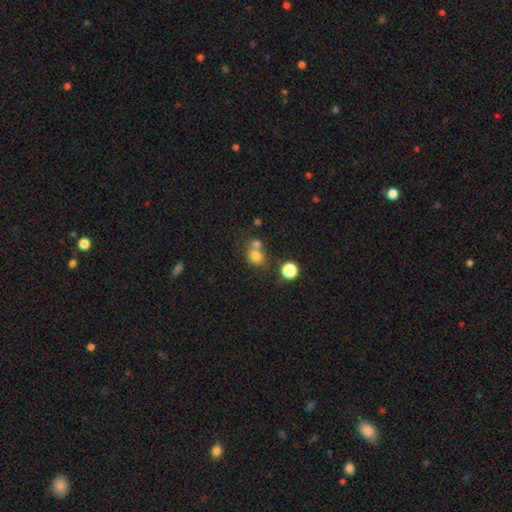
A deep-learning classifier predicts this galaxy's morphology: This is likely a smooth galaxy (76%). How rounded: likely round (74%). Merging: possibly none (46%).